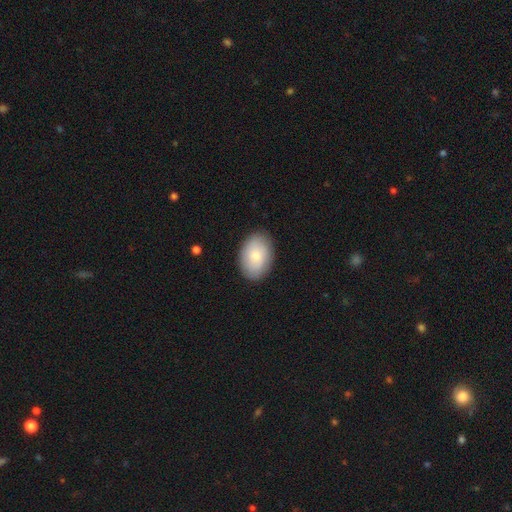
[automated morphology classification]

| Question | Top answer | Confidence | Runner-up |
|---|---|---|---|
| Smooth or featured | smooth | 78% | featured or disk (16%) |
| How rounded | in between | 83% | round (16%) |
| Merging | none | 87% | minor disturbance (10%) |